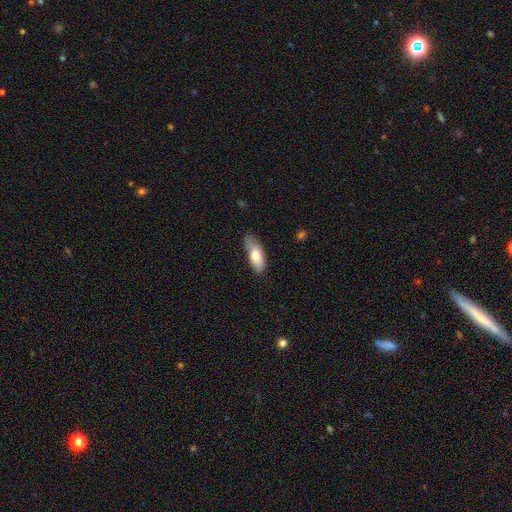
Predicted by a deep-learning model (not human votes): This is likely a smooth galaxy (73%). How rounded: likely in between (78%). Merging: possibly none (54%).